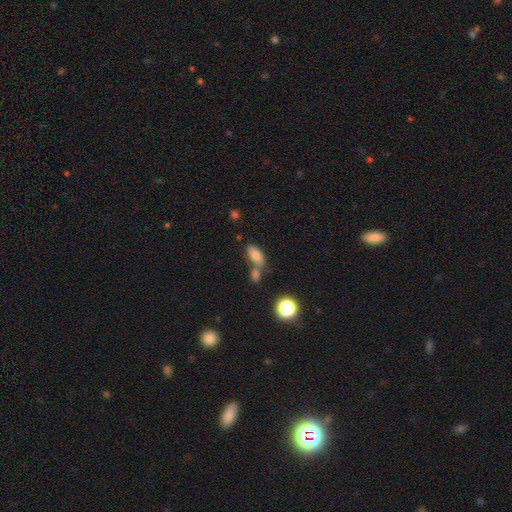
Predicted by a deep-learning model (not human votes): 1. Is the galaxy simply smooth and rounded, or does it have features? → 79% smooth, 11% star or artifact, 10% featured or disk.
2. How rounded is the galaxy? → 86% in between, 9% cigar-shaped, 5% round.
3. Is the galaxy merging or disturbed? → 48% none, 34% merger, 13% minor disturbance, 5% major disturbance.